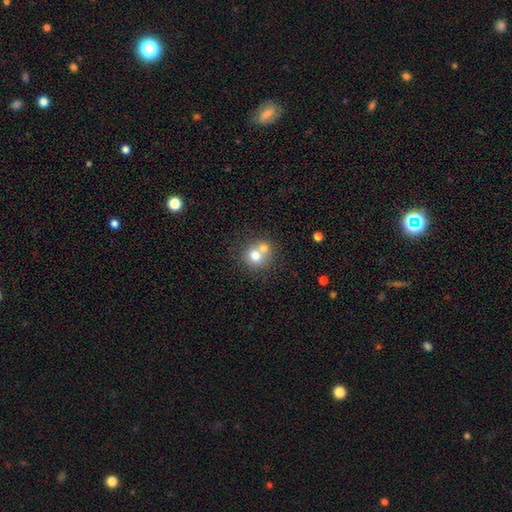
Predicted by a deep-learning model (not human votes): Smooth or featured: smooth — 72% (featured or disk — 17%)
How rounded: round — 83% (in between — 16%)
Merging: merger — 50% (none — 39%)